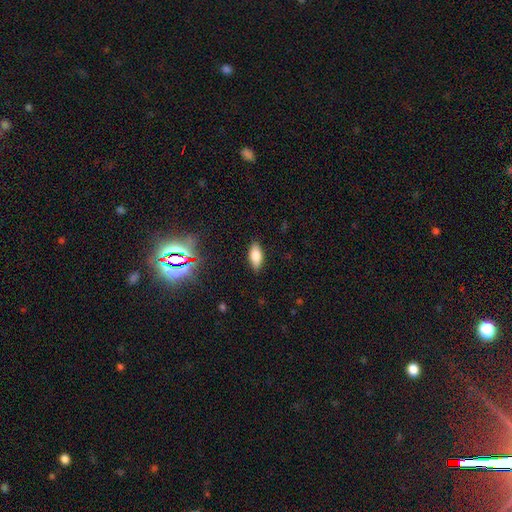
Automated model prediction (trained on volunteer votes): smooth_or_featured: smooth (p=0.75) [alt: featured or disk p=0.14]
how_rounded: in between (p=0.83) [alt: cigar-shaped p=0.14]
merging: none (p=0.87) [alt: minor disturbance p=0.10]